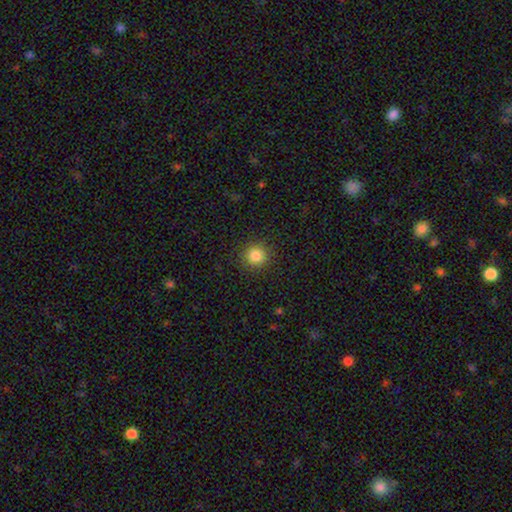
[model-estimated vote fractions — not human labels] smooth 84%, star or artifact 11%, featured or disk 4%. Down the decision tree: how rounded — round (94%); merging — none (90%).